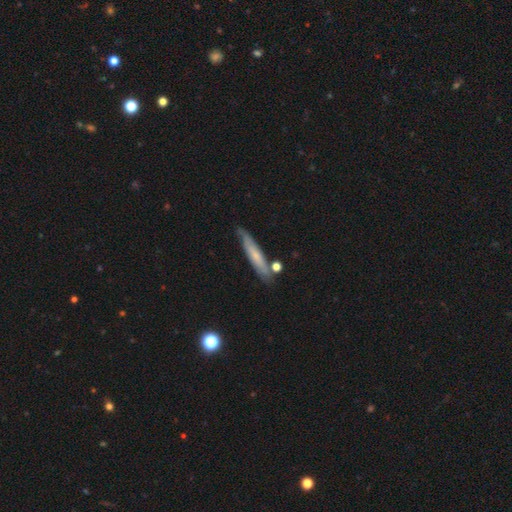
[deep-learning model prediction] Overall: smooth (56%; featured or disk 38%). How rounded: cigar-shaped (90%). Merging: none (74%).